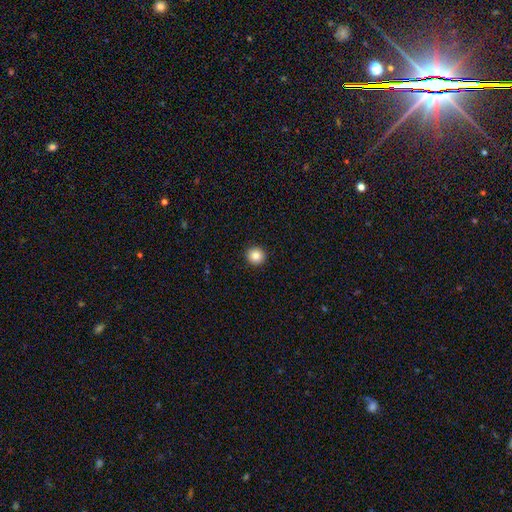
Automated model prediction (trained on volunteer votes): Smooth or featured? Predicted: smooth (p=0.85). How rounded? Predicted: round (p=0.92). Merging? Predicted: none (p=0.93).